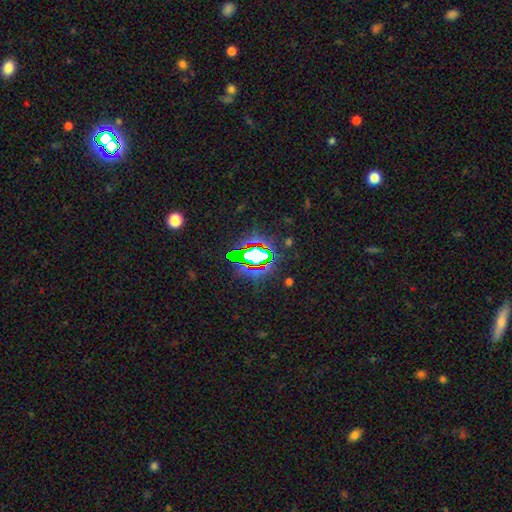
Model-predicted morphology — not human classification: Overall: star or artifact (67%).